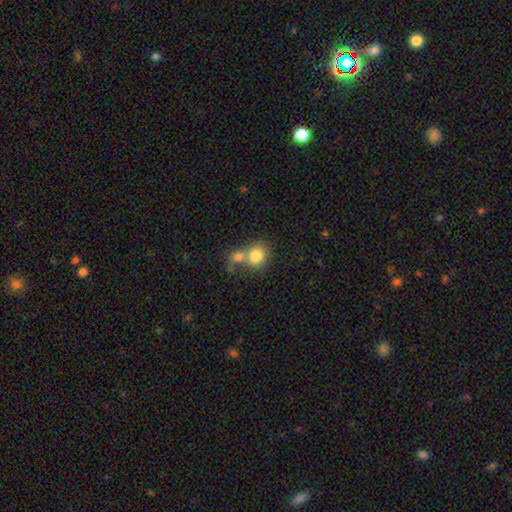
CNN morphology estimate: Overall: smooth (80%). How rounded: round (70%). Merging: merger (52%; none 35%).